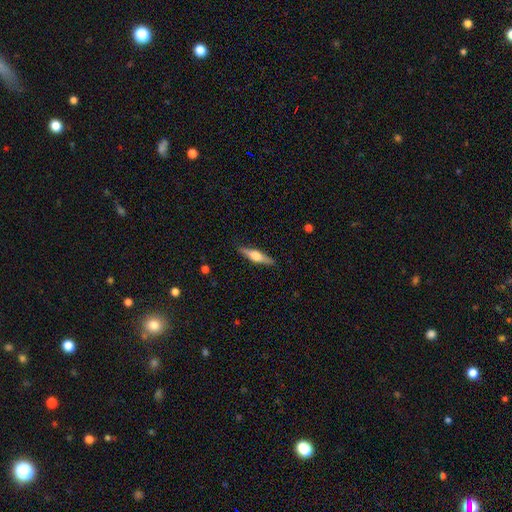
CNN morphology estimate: smooth_or_featured: featured or disk (p=0.61) [alt: smooth p=0.33]
disk_edge_on: yes (p=0.96) [alt: no p=0.04]
edge_on_bulge: rounded (p=0.90) [alt: boxy p=0.08]
merging: none (p=0.88) [alt: minor disturbance p=0.09]